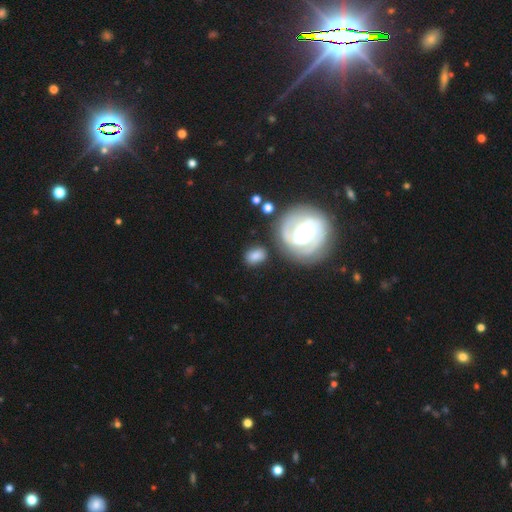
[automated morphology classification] This is likely a smooth galaxy (67%). How rounded: possibly in between (52%). Merging: likely none (72%).